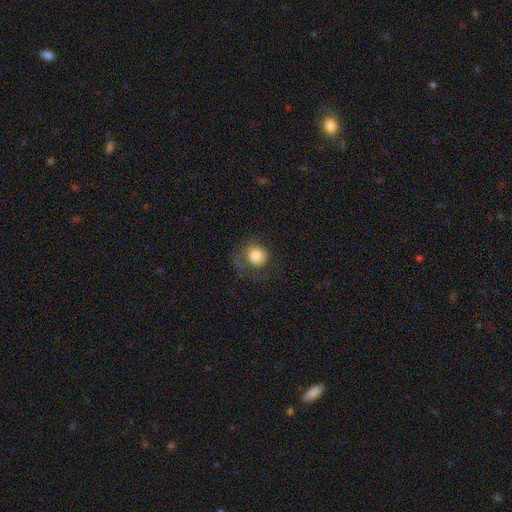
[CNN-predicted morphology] This is likely a smooth galaxy (76%). How rounded: clearly round (84%). Merging: possibly none (54%).